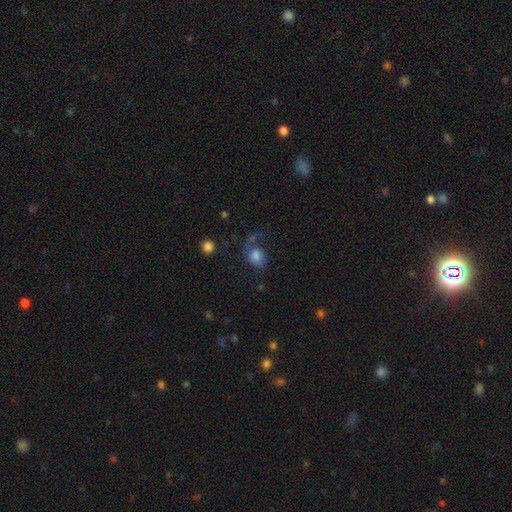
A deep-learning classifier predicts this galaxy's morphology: This appears to be a smooth galaxy with no disk features (64%) that is in between round and cigar-shaped (50%). Merging: major disturbance (38%).